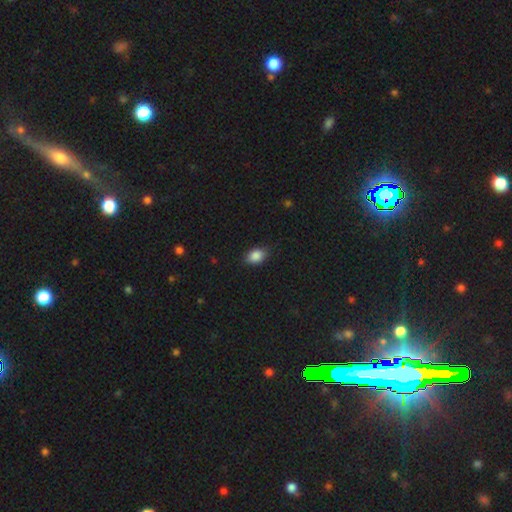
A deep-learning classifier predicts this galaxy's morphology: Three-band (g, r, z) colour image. It shows a smooth galaxy with no disk features (87%) that is in between round and cigar-shaped (83%). Merging: none (83%).